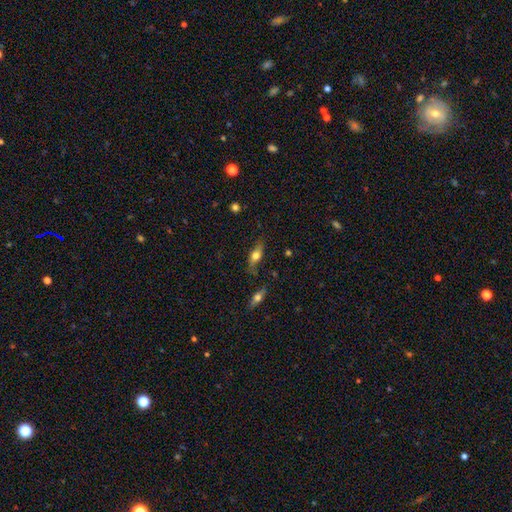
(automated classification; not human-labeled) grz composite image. It shows a smooth galaxy with no disk features (58%) that is in between round and cigar-shaped (65%). Merging: none (75%).